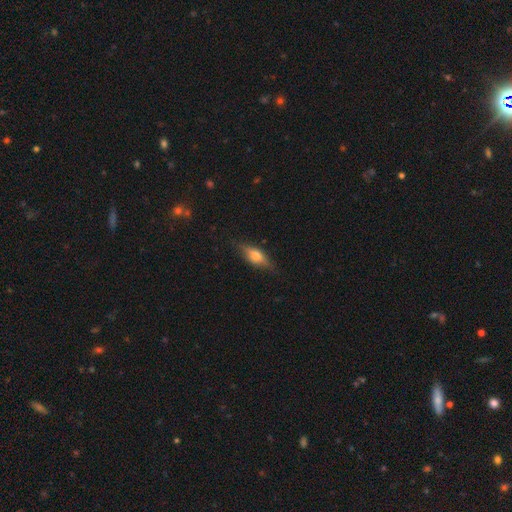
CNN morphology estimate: type=smooth (57%); roundness=in between (67%); merging=none (79%).